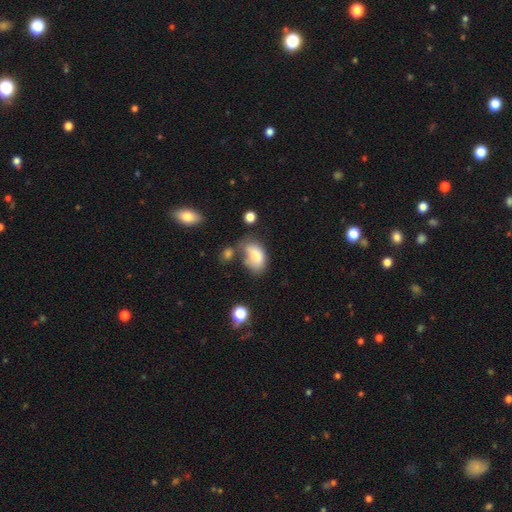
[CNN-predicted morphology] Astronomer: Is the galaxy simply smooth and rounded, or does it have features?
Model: smooth — 78%.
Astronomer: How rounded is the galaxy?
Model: in between — 90%.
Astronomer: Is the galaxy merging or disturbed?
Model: none — 32% (runner-up: minor disturbance, 29%).